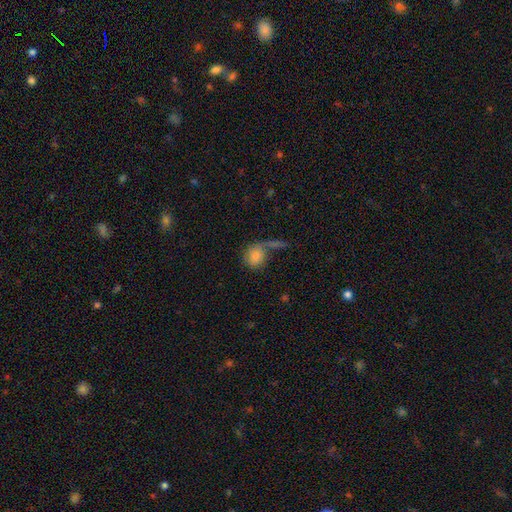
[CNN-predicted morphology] smooth 71%, featured or disk 20%, star or artifact 9%. Down the decision tree: how rounded — round (64%); merging — none (32%).